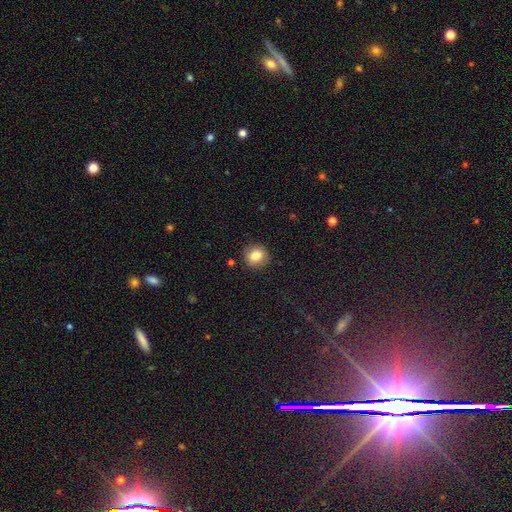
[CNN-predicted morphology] A smooth galaxy with no disk features (83%) that is round (84%). Merging: none (88%).